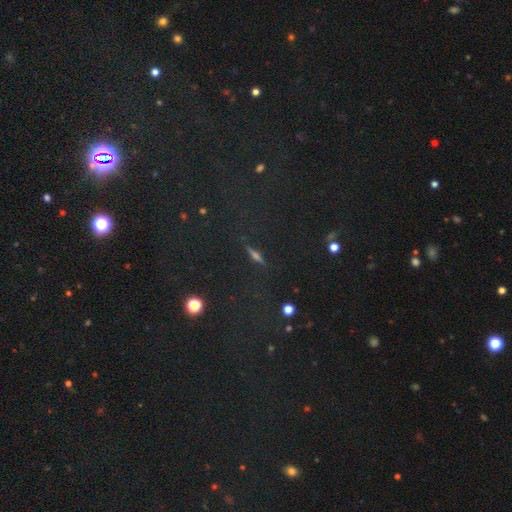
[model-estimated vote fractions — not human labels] Smooth or featured: star or artifact — 50% (smooth — 30%)